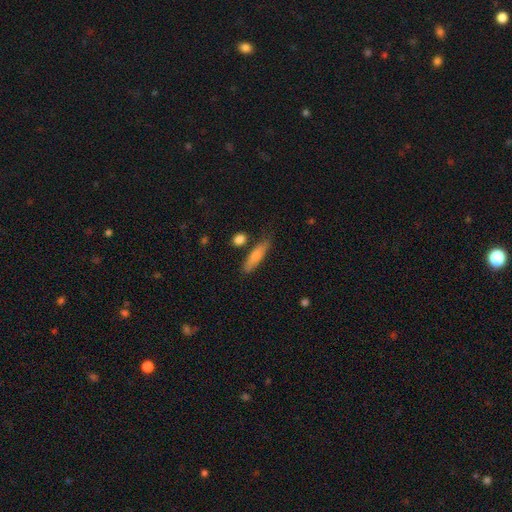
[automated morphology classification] Smooth or featured?
  - smooth: 78% *
  - featured or disk: 16%
  - star or artifact: 6%
How rounded?
  - cigar-shaped: 74% *
  - in between: 24%
  - round: 2%
Merging?
  - none: 75% *
  - minor disturbance: 16%
  - merger: 5%
  - major disturbance: 4%